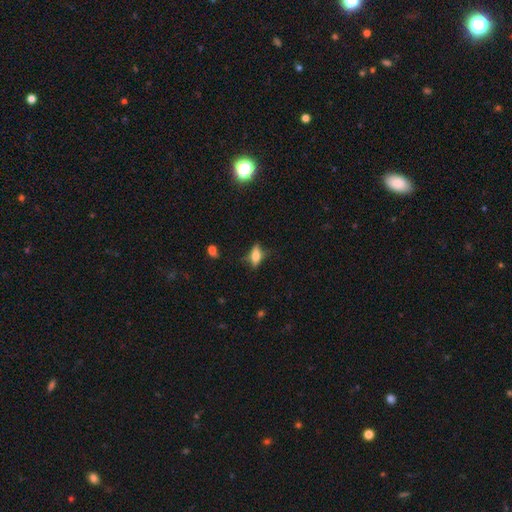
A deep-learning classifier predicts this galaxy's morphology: smooth_or_featured: smooth (p=0.56) [alt: featured or disk p=0.34]
how_rounded: in between (p=0.66) [alt: cigar-shaped p=0.29]
merging: none (p=0.63) [alt: minor disturbance p=0.23]